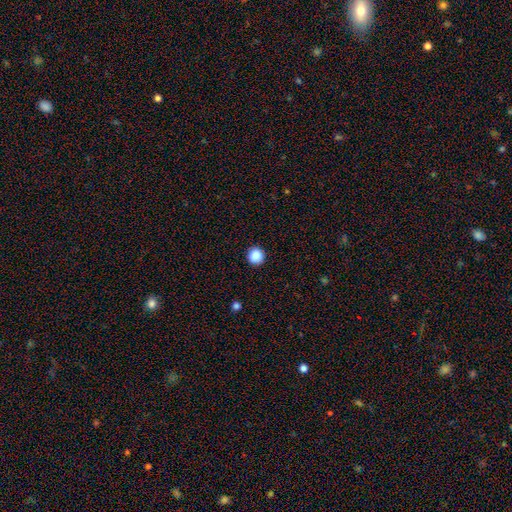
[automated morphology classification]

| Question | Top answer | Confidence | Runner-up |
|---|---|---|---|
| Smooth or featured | smooth | 88% | star or artifact (9%) |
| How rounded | round | 95% | in between (4%) |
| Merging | none | 93% | minor disturbance (4%) |